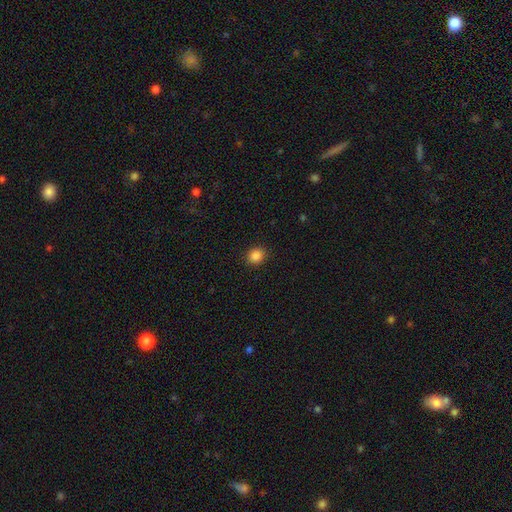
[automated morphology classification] This is clearly a smooth galaxy (86%). How rounded: likely round (75%). Merging: clearly none (91%).